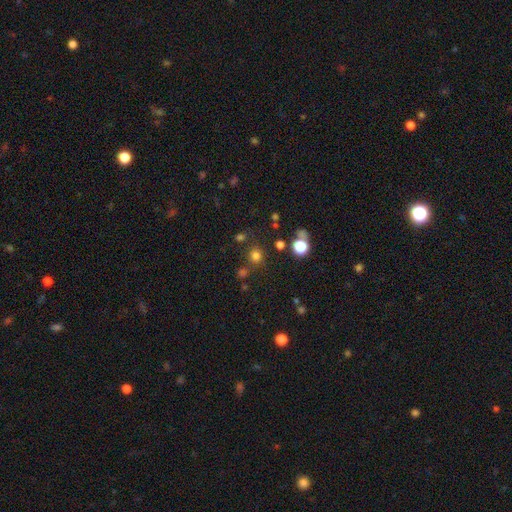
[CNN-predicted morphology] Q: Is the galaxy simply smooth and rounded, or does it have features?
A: smooth — 73%.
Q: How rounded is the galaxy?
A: round — 88%.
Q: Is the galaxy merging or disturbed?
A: none — 79%.